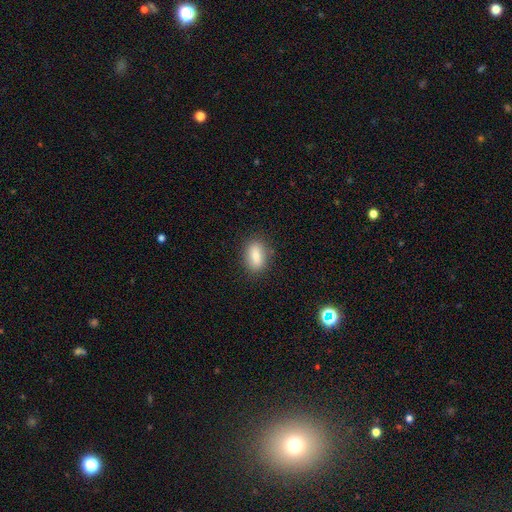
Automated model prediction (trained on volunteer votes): Q: Smooth or featured?
A: smooth (80%); runner-up: featured or disk (12%)
Q: How rounded?
A: in between (82%); runner-up: round (10%)
Q: Merging?
A: none (84%); runner-up: minor disturbance (12%)